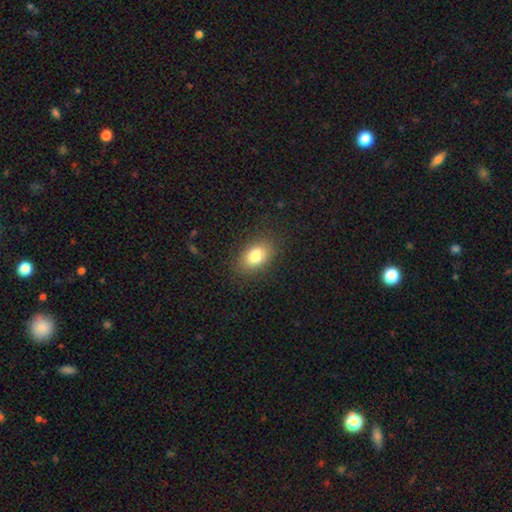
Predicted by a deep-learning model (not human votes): smooth 81%, featured or disk 10%, star or artifact 9%. Down the decision tree: how rounded — in between (82%); merging — none (85%).